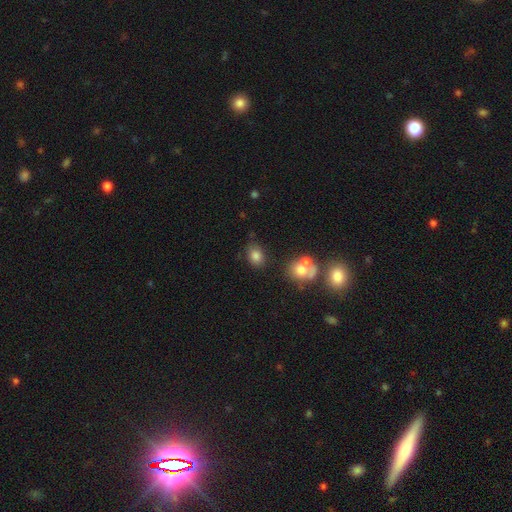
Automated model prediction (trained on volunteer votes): Smooth or featured: smooth — 80% (star or artifact — 11%)
How rounded: in between — 63% (round — 35%)
Merging: none — 70% (minor disturbance — 16%)